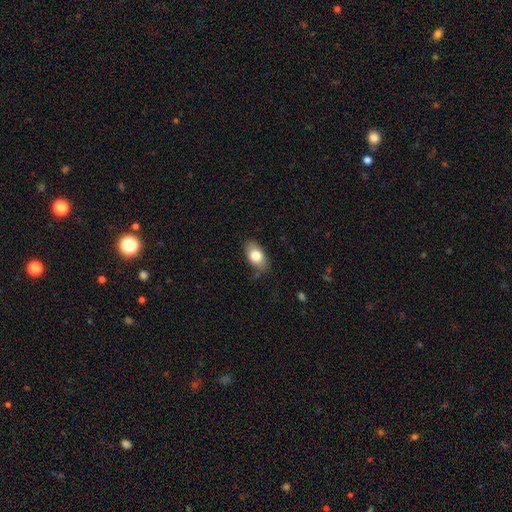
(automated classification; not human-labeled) Smooth or featured? smooth (80%)
How rounded? in between (91%)
Merging? none (77%)